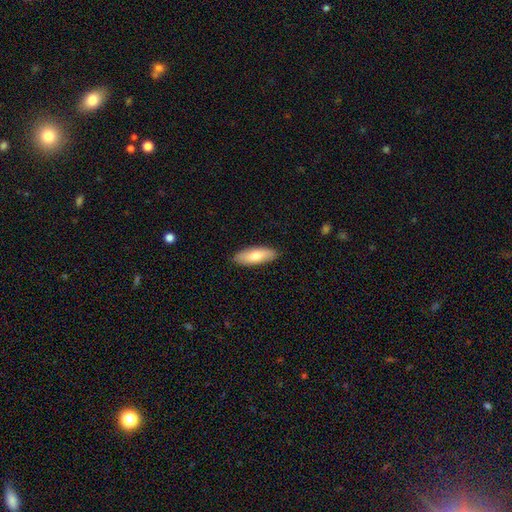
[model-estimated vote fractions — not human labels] Q: Smooth or featured?
A: smooth (72%); runner-up: featured or disk (22%)
Q: How rounded?
A: in between (64%); runner-up: cigar-shaped (33%)
Q: Merging?
A: none (89%); runner-up: minor disturbance (8%)